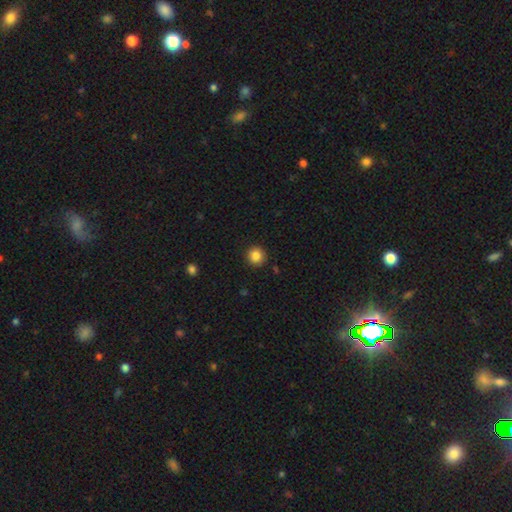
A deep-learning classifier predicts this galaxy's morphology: Smooth or featured? smooth (86%)
How rounded? round (94%)
Merging? none (92%)